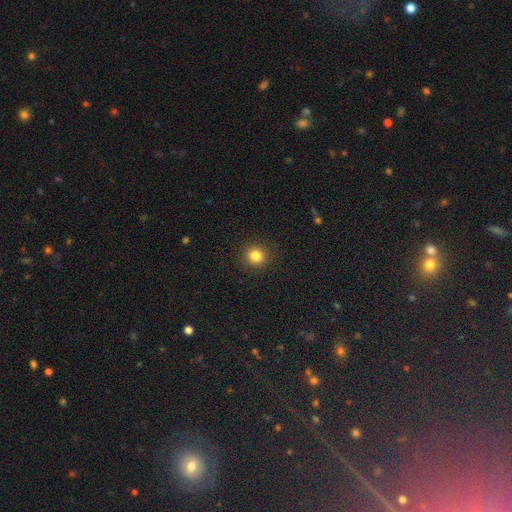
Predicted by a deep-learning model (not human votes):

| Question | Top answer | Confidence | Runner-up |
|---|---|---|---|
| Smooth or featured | smooth | 83% | star or artifact (12%) |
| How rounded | round | 91% | in between (8%) |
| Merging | none | 91% | minor disturbance (6%) |